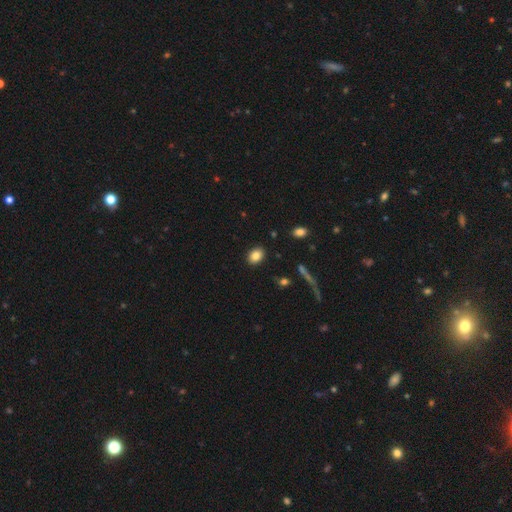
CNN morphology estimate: A smooth galaxy with no disk features (85%) that is in between round and cigar-shaped (72%).

Vote fractions:
- Smooth or featured? smooth: 85% / star or artifact: 9% / featured or disk: 6%
- How rounded? in between: 72% / round: 26% / cigar-shaped: 1%
- Merging? none: 88% / minor disturbance: 8% / major disturbance: 2% / merger: 1%